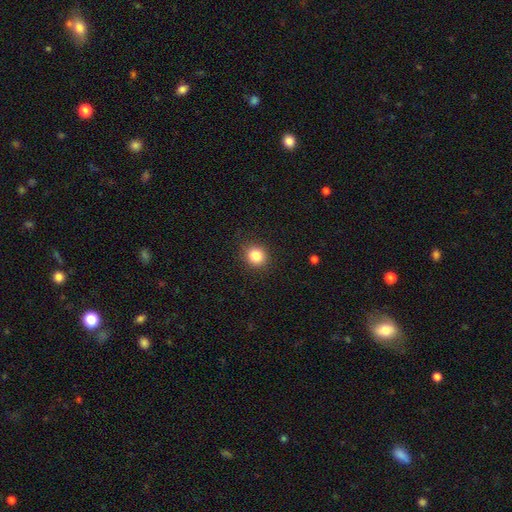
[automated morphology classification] The model was most divided on "how rounded": round: 85%, in between: 14%, cigar-shaped: 1%. More confident: merging — none (89%); smooth or featured — smooth (84%).